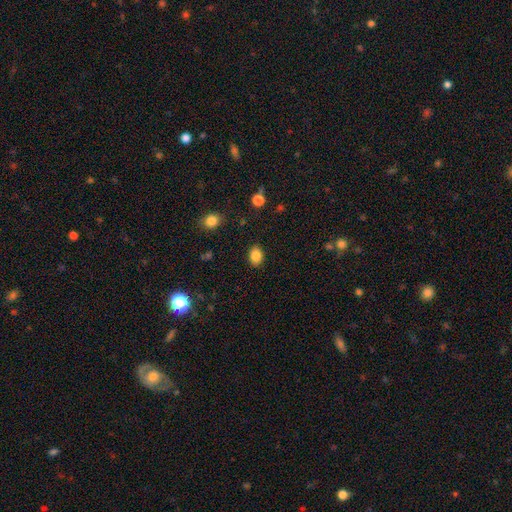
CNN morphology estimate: Smooth or featured?
  - smooth: 86% *
  - star or artifact: 9%
  - featured or disk: 4%
How rounded?
  - in between: 74% *
  - round: 25%
  - cigar-shaped: 1%
Merging?
  - none: 87% *
  - minor disturbance: 9%
  - major disturbance: 3%
  - merger: 1%